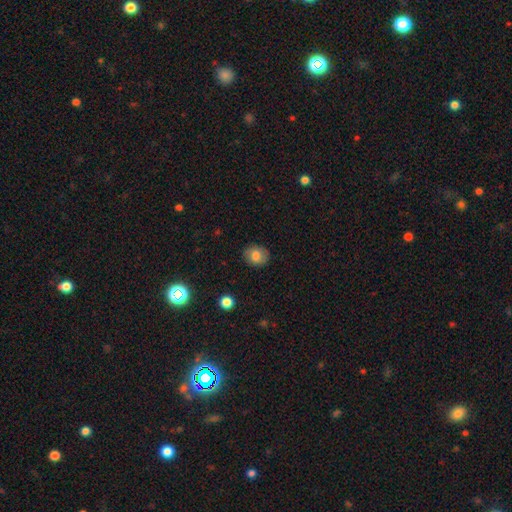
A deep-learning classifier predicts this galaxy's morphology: Smooth or featured? smooth (79%)
How rounded? round (57%)
Merging? none (85%)